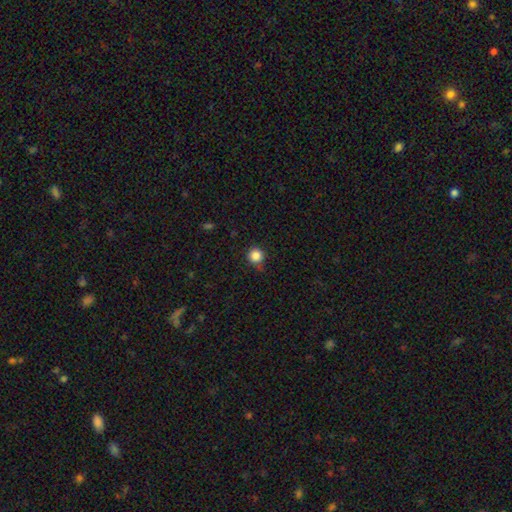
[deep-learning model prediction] Overall: smooth (85%). How rounded: round (94%). Merging: none (77%).